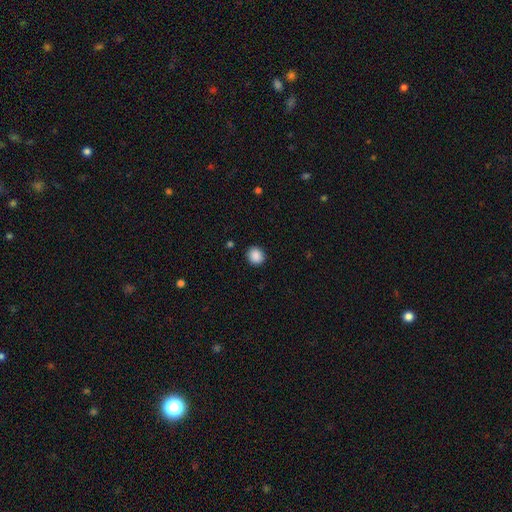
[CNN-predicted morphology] This appears to be a smooth galaxy with no disk features (89%) that is round (75%). Merging: none (90%).